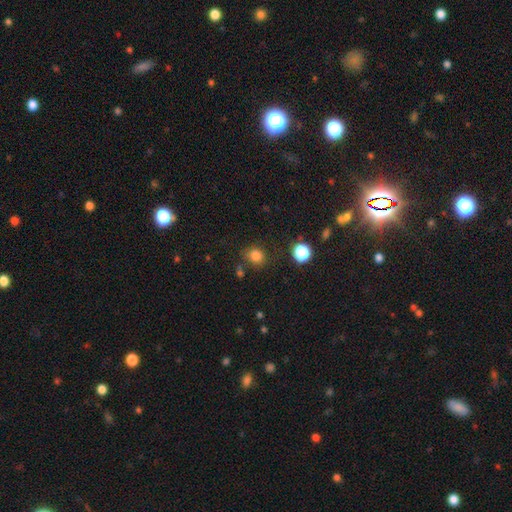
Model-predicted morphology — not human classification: smooth-or-featured: smooth: 81% | star or artifact: 14% | featured or disk: 5%
  how-rounded: round: 75% | in between: 24% | cigar-shaped: 1%
  merging: none: 76% | minor disturbance: 14% | merger: 5% | major disturbance: 5%